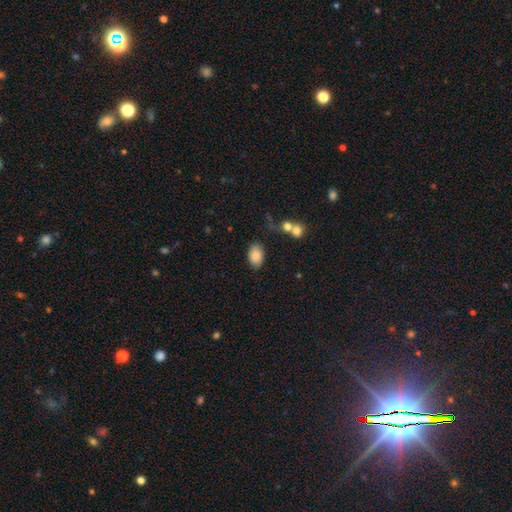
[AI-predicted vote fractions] Smooth or featured: smooth — 85% (featured or disk — 8%)
How rounded: in between — 89% (round — 10%)
Merging: none — 80% (minor disturbance — 13%)